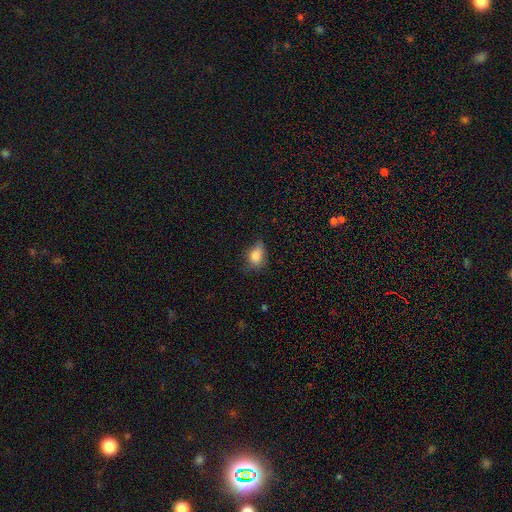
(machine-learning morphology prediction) Smooth or featured: smooth — 84% (star or artifact — 9%)
How rounded: in between — 75% (round — 23%)
Merging: none — 52% (minor disturbance — 36%)